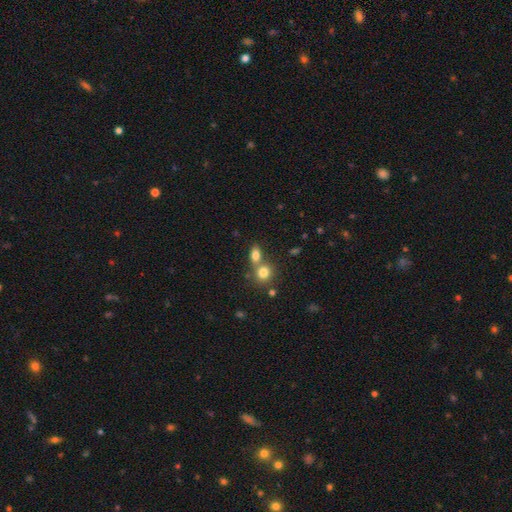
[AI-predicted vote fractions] Morphology: type=smooth (78%); roundness=in between (67%); merging=none (46%).